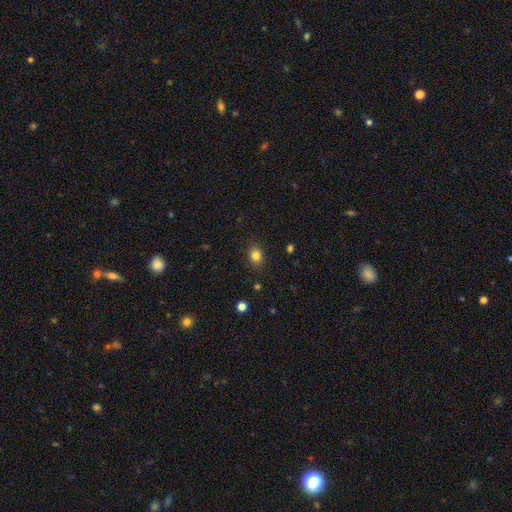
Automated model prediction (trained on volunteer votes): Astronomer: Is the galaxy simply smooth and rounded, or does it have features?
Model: smooth — 83%.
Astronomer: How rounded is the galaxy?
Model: round — 55% (runner-up: in between, 44%).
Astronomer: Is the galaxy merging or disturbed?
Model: none — 89%.